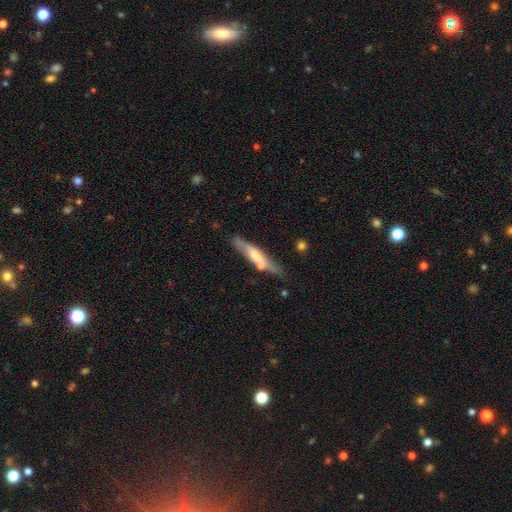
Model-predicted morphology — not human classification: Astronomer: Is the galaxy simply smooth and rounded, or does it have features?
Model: smooth — 50% (runner-up: featured or disk, 44%).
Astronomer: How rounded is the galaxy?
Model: cigar-shaped — 82%.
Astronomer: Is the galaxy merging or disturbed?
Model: none — 63%.